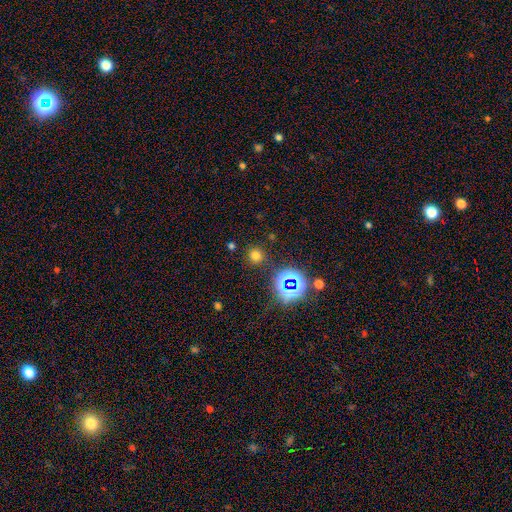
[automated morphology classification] Smooth or featured?
  - smooth: 66% *
  - star or artifact: 27%
  - featured or disk: 6%
How rounded?
  - round: 92% *
  - in between: 7%
  - cigar-shaped: 1%
Merging?
  - none: 87% *
  - minor disturbance: 7%
  - major disturbance: 3%
  - merger: 3%